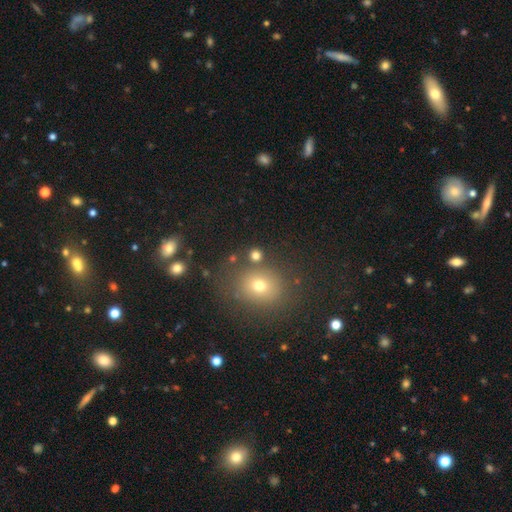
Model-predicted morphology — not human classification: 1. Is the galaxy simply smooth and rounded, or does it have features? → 73% smooth, 18% star or artifact, 9% featured or disk.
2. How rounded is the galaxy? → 77% round, 22% in between, 1% cigar-shaped.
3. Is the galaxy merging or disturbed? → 76% none, 10% merger, 9% minor disturbance, 5% major disturbance.